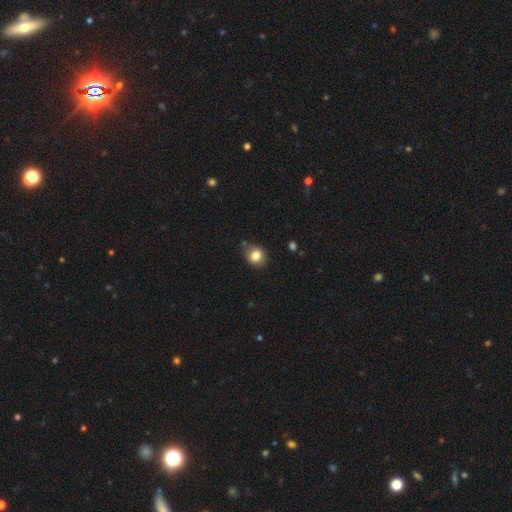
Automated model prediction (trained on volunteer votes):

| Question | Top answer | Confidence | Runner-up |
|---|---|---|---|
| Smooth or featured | smooth | 82% | star or artifact (10%) |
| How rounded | round | 71% | in between (28%) |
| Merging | none | 79% | minor disturbance (14%) |